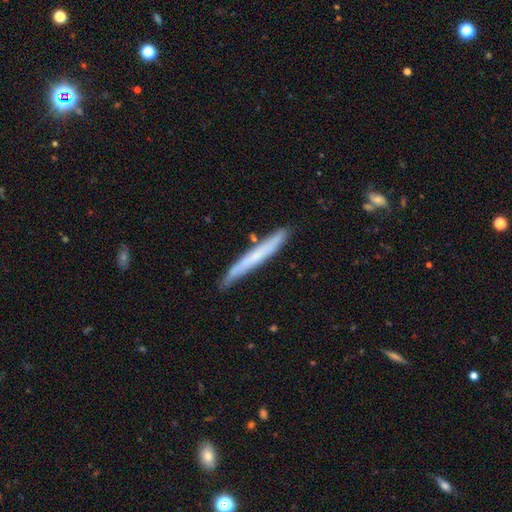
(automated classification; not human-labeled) smooth-or-featured: smooth: 53% | featured or disk: 41% | star or artifact: 6%
  how-rounded: cigar-shaped: 97% | in between: 2% | round: 1%
  merging: none: 82% | minor disturbance: 13% | merger: 2% | major disturbance: 2%